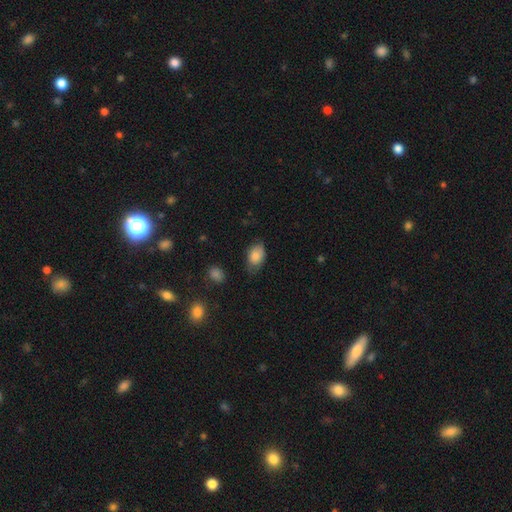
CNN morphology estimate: Overall: smooth (83%). How rounded: in between (87%). Merging: none (61%; minor disturbance 31%).